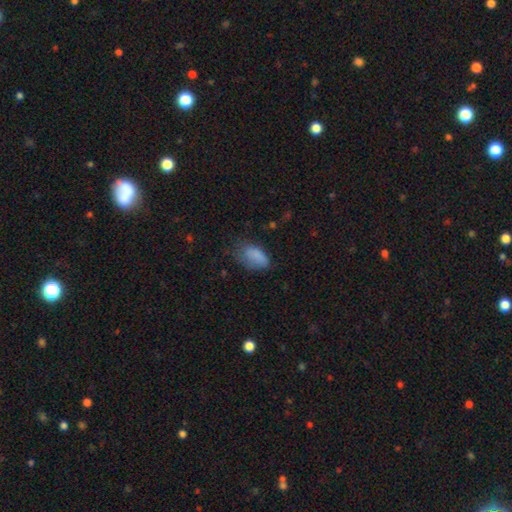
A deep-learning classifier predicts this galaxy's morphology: Smooth or featured? smooth (81%)
How rounded? in between (91%)
Merging? none (42%)